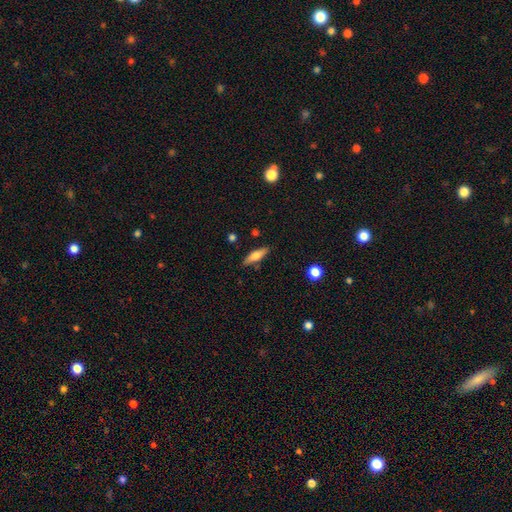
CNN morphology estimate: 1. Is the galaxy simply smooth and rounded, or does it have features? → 63% smooth, 30% featured or disk, 7% star or artifact.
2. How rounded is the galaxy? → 58% cigar-shaped, 40% in between, 3% round.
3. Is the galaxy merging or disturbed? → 84% none, 11% minor disturbance, 3% merger, 2% major disturbance.